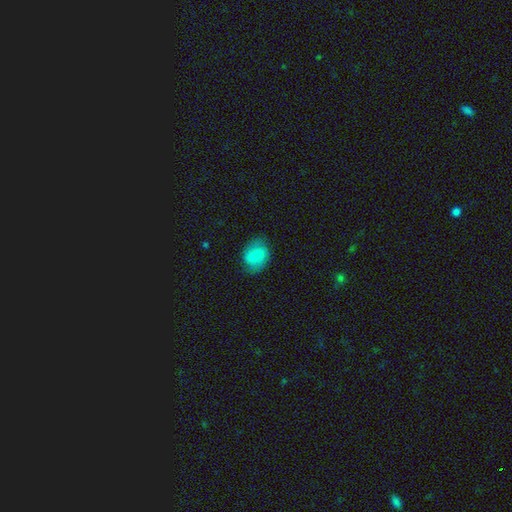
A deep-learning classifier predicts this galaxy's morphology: Smooth or featured: smooth — 65% (featured or disk — 26%)
How rounded: in between — 62% (round — 36%)
Merging: none — 74% (minor disturbance — 18%)